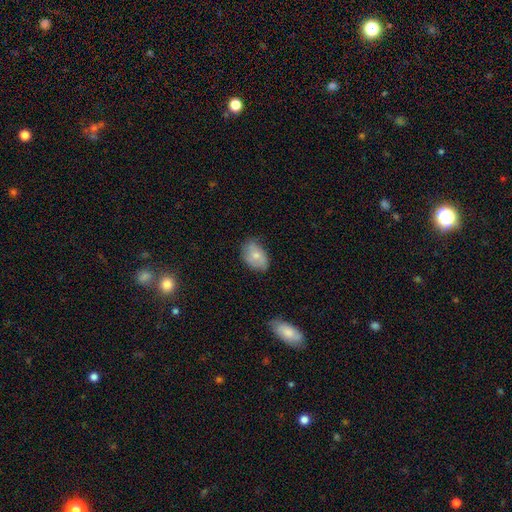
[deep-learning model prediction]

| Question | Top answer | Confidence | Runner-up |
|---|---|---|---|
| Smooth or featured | smooth | 68% | featured or disk (24%) |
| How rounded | in between | 83% | round (16%) |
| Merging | none | 66% | minor disturbance (28%) |